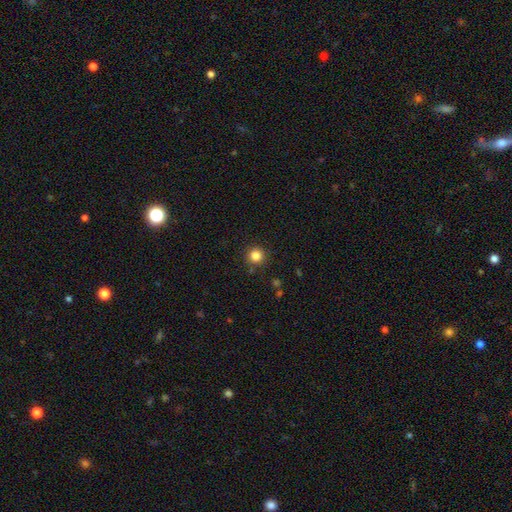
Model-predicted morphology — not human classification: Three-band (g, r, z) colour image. It shows a smooth galaxy with no disk features (83%) that is round (95%). Merging: none (90%).